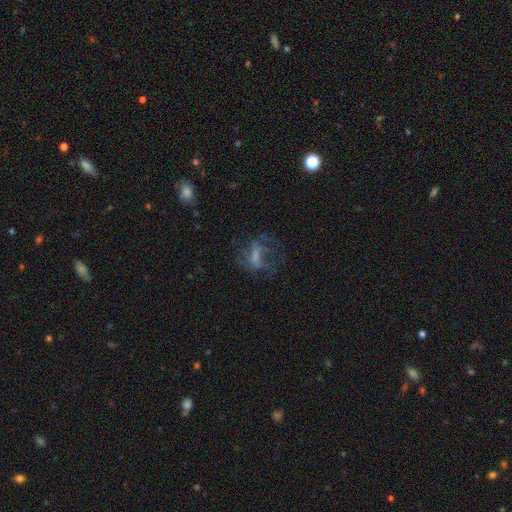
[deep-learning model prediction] Smooth or featured?
  - featured or disk: 54% *
  - smooth: 28%
  - star or artifact: 18%
Edge-on disk?
  - no: 94% *
  - yes: 6%
Bar?
  - no: 42% *
  - weak: 35%
  - strong: 23%
Spiral arms?
  - no: 55% *
  - yes: 45%
Bulge size?
  - none: 46% *
  - small: 24%
  - moderate: 21%
  - large: 7%
  - dominant: 2%
Merging?
  - none: 42% *
  - major disturbance: 38%
  - minor disturbance: 17%
  - merger: 3%